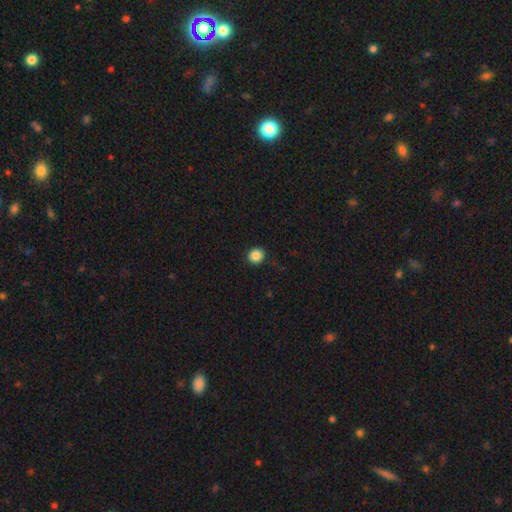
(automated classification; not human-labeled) A smooth galaxy with no disk features (87%) that is round (90%). Merging: none (91%).